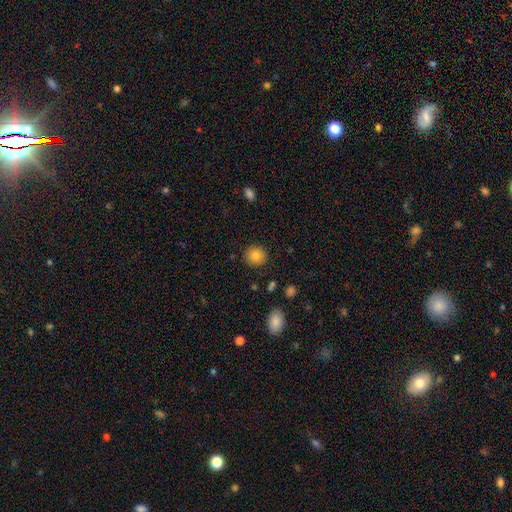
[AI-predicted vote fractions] A smooth galaxy with no disk features (83%) that is round (88%).

Vote fractions:
- Smooth or featured? smooth: 83% / star or artifact: 10% / featured or disk: 7%
- How rounded? round: 88% / in between: 11% / cigar-shaped: 1%
- Merging? none: 89% / minor disturbance: 7% / major disturbance: 2% / merger: 2%